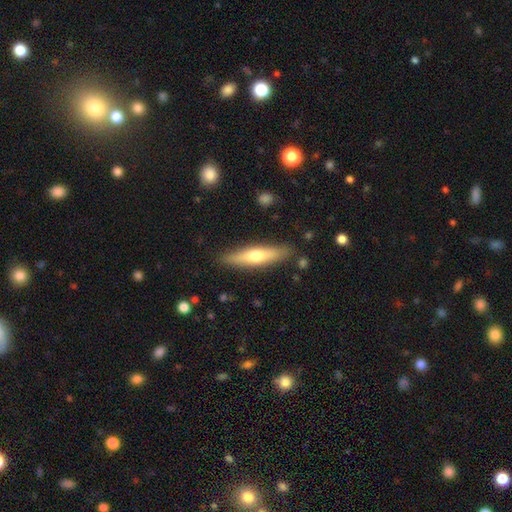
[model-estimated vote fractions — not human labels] The model was most divided on "smooth or featured": smooth: 53%, featured or disk: 42%, star or artifact: 6%. More confident: merging — none (87%); how rounded — cigar-shaped (77%).